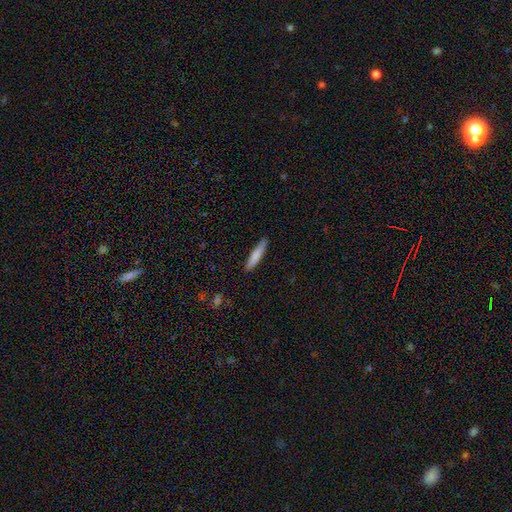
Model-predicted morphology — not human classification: The model was most divided on "smooth or featured": smooth: 80%, featured or disk: 15%, star or artifact: 6%. More confident: how rounded — cigar-shaped (88%); merging — none (86%).